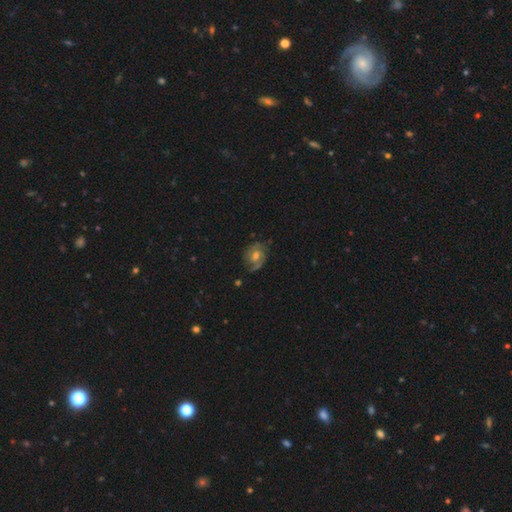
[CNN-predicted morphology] smooth_or_featured: featured or disk (p=0.72) [alt: smooth p=0.19]
disk_edge_on: no (p=0.97) [alt: yes p=0.03]
bar: no (p=0.57) [alt: weak p=0.36]
has_spiral_arms: yes (p=0.90) [alt: no p=0.10]
spiral_winding: tight (p=0.43) [alt: medium p=0.42]
spiral_arm_count: 2 (p=0.68) [alt: can't tell p=0.15]
bulge_size: moderate (p=0.66) [alt: small p=0.23]
merging: none (p=0.71) [alt: minor disturbance p=0.19]